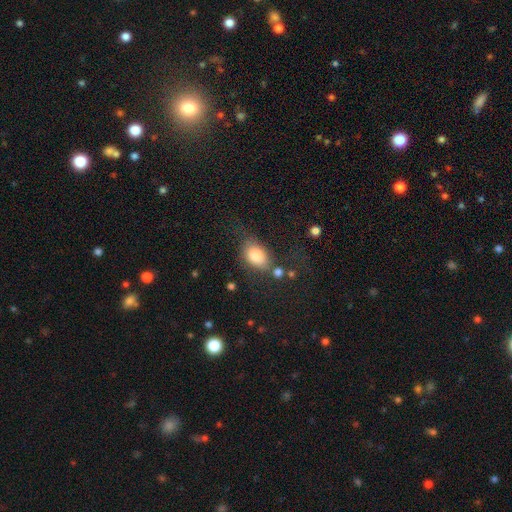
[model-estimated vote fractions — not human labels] A smooth galaxy with no disk features (81%) that is in between round and cigar-shaped (81%).

Vote fractions:
- Smooth or featured? smooth: 81% / featured or disk: 10% / star or artifact: 8%
- How rounded? in between: 81% / round: 17% / cigar-shaped: 2%
- Merging? none: 58% / minor disturbance: 22% / major disturbance: 12% / merger: 8%